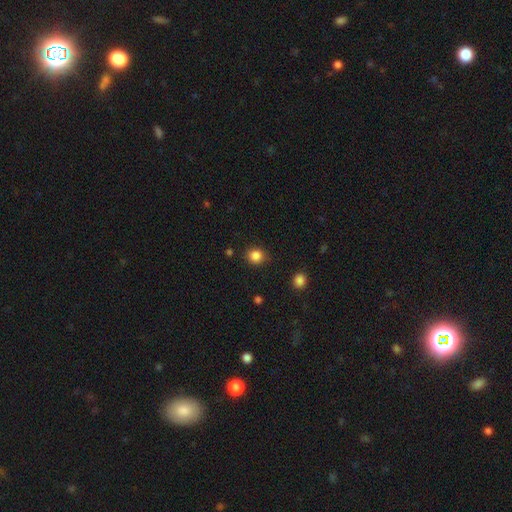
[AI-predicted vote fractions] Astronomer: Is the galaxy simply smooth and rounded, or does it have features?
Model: smooth — 85%.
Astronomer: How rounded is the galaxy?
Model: round — 82%.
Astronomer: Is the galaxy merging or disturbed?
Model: none — 85%.